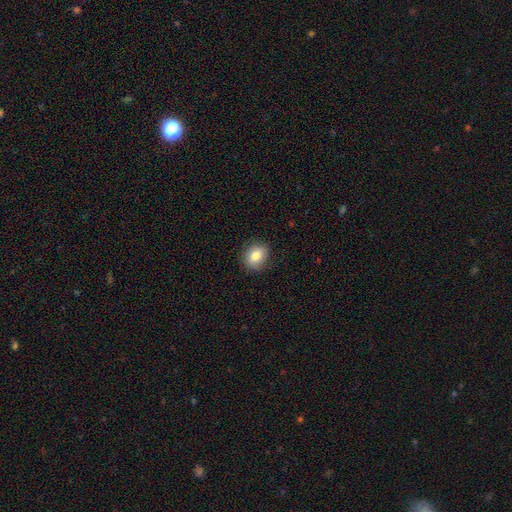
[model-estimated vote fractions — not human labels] smooth-or-featured: smooth: 81% | featured or disk: 10% | star or artifact: 9%
  how-rounded: round: 56% | in between: 43% | cigar-shaped: 1%
  merging: none: 85% | minor disturbance: 11% | major disturbance: 3% | merger: 1%